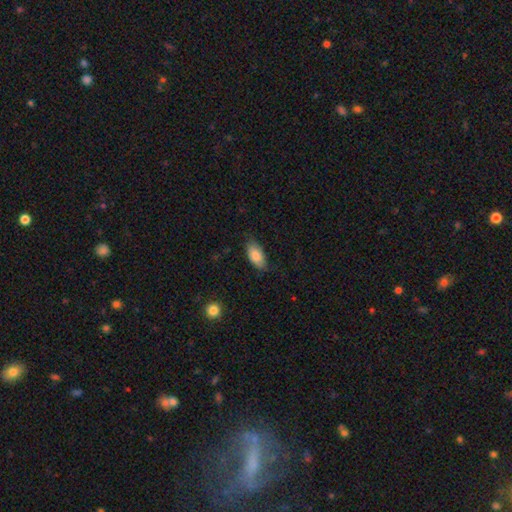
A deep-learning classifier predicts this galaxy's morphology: A smooth galaxy with no disk features (84%) that is in between round and cigar-shaped (91%). Merging: none (75%).